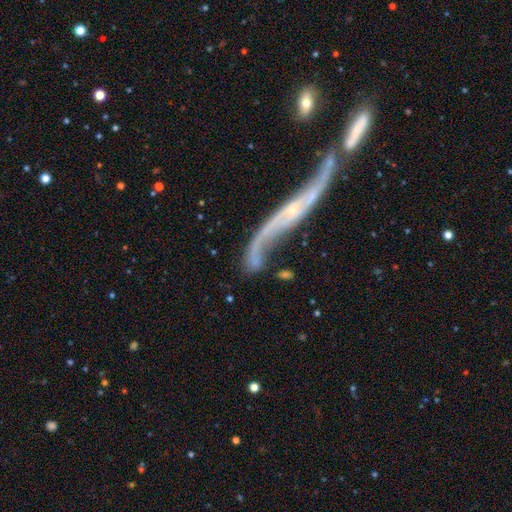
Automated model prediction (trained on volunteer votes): A featured or disk galaxy (73%) with no bar (63%), spiral arms (76%) and a small central bulge (73%). Merging: none (39%).